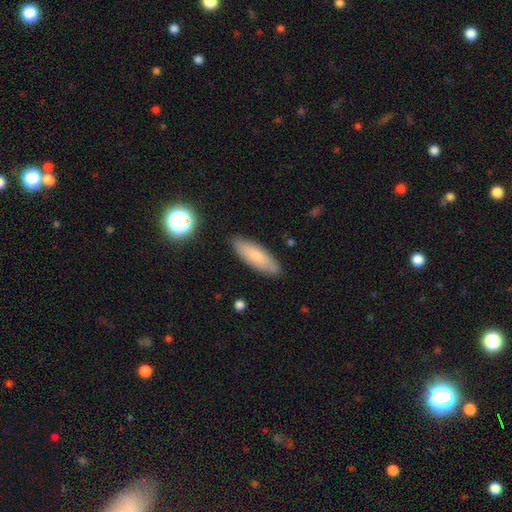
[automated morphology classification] Smooth or featured?
  - smooth: 75% *
  - featured or disk: 18%
  - star or artifact: 7%
How rounded?
  - in between: 55% *
  - cigar-shaped: 43%
  - round: 2%
Merging?
  - none: 85% *
  - minor disturbance: 11%
  - major disturbance: 2%
  - merger: 1%